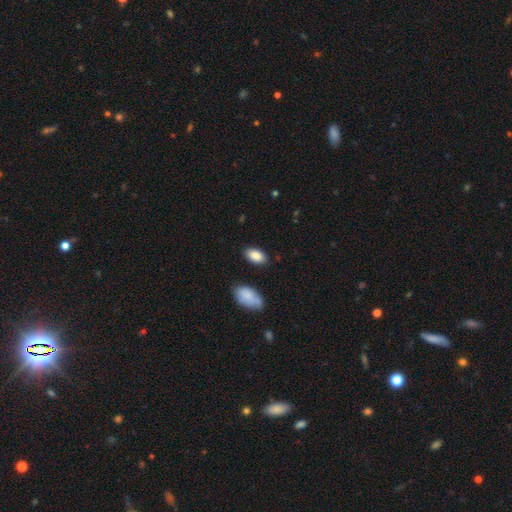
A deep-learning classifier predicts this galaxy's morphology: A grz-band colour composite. It shows a smooth galaxy with no disk features (88%) that is in between round and cigar-shaped (93%). Merging: none (85%).